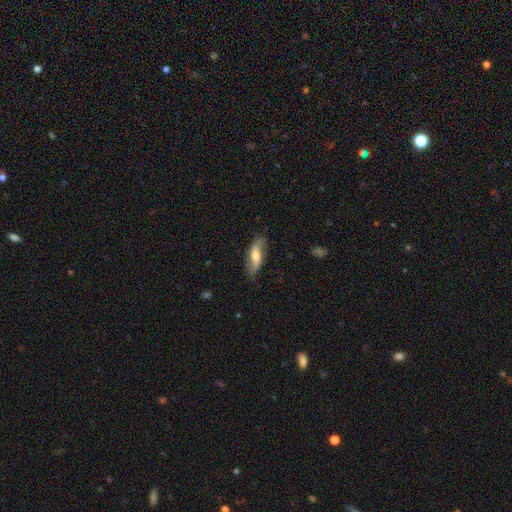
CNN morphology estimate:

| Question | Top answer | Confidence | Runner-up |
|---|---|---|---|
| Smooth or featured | featured or disk | 57% | smooth (37%) |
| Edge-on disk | no | 75% | yes (25%) |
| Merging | none | 78% | minor disturbance (17%) |